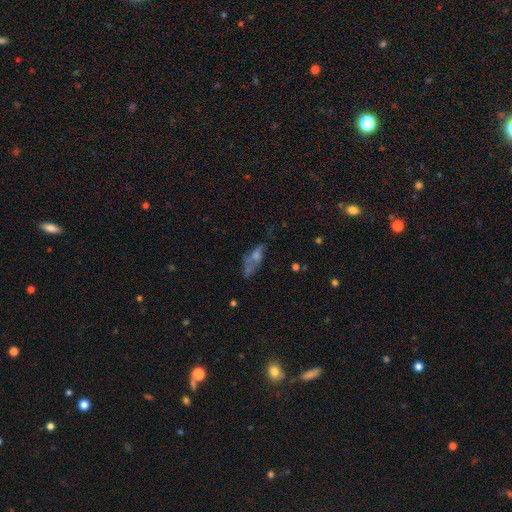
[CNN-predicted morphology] smooth-or-featured: featured or disk: 42% | smooth: 41% | star or artifact: 17%
  merging: none: 35% | major disturbance: 26% | minor disturbance: 21% | merger: 18%